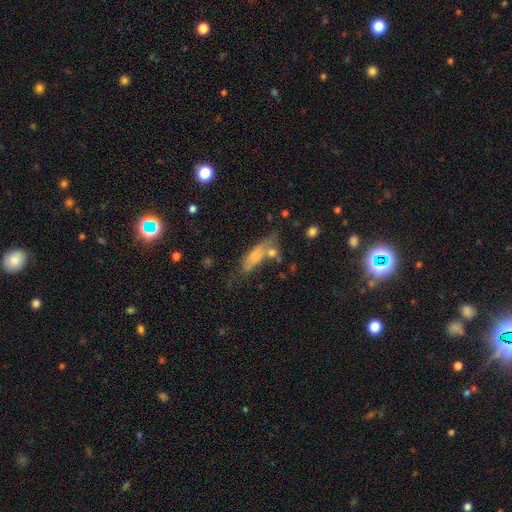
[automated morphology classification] This is likely a smooth galaxy (66%). How rounded: possibly cigar-shaped (50%). Merging: marginally none (43%).